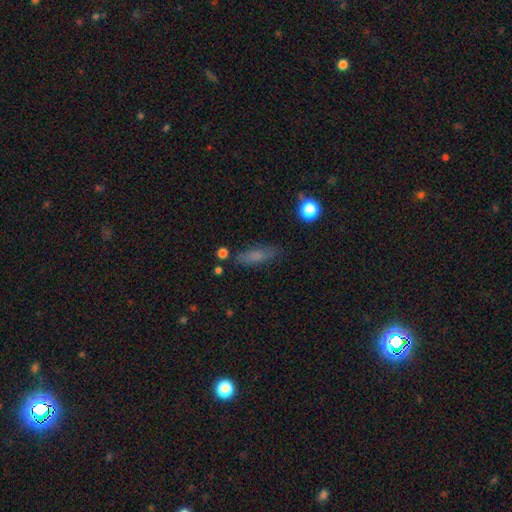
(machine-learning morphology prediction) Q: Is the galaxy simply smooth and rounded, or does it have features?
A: smooth — 70%.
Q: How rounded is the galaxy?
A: cigar-shaped — 50%.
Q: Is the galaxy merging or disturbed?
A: none — 76%.